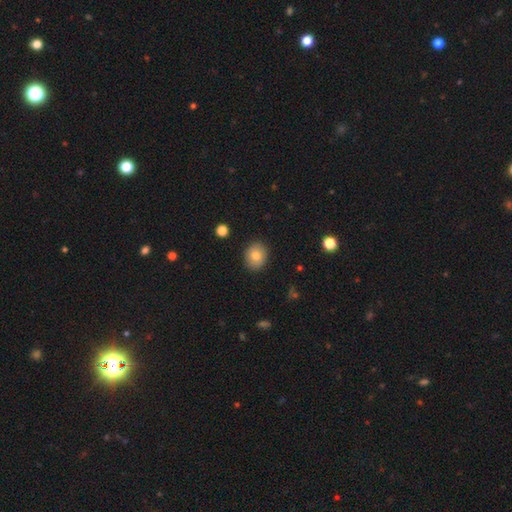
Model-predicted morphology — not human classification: The model was most divided on "how rounded": round: 60%, in between: 39%, cigar-shaped: 1%. More confident: merging — none (89%); smooth or featured — smooth (79%).